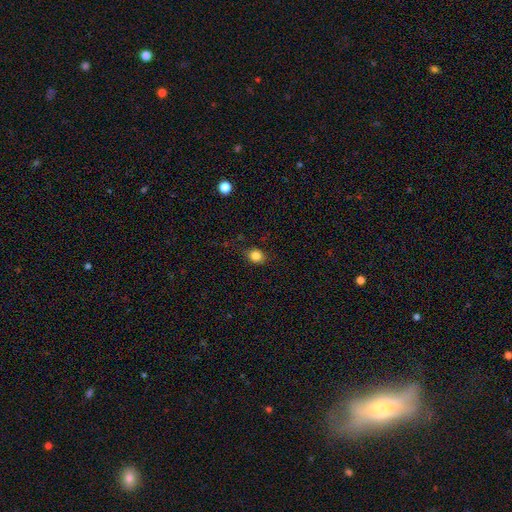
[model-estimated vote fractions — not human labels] Smooth or featured?
  - smooth: 84% *
  - star or artifact: 11%
  - featured or disk: 5%
How rounded?
  - round: 63% *
  - in between: 36%
  - cigar-shaped: 1%
Merging?
  - none: 83% *
  - minor disturbance: 13%
  - major disturbance: 3%
  - merger: 1%